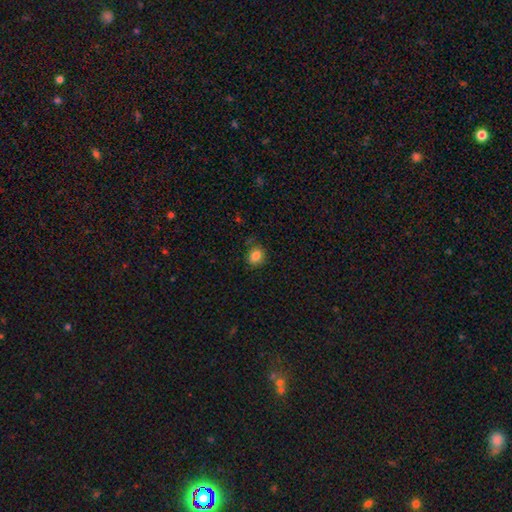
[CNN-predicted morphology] A smooth galaxy with no disk features (83%) that is round (63%). Merging: none (76%).